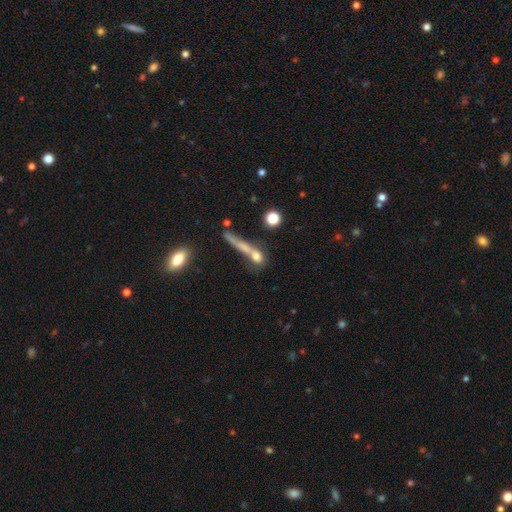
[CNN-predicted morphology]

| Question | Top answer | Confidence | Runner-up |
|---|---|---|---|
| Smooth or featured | smooth | 61% | featured or disk (25%) |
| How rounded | cigar-shaped | 51% | round (29%) |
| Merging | none | 41% | merger (32%) |